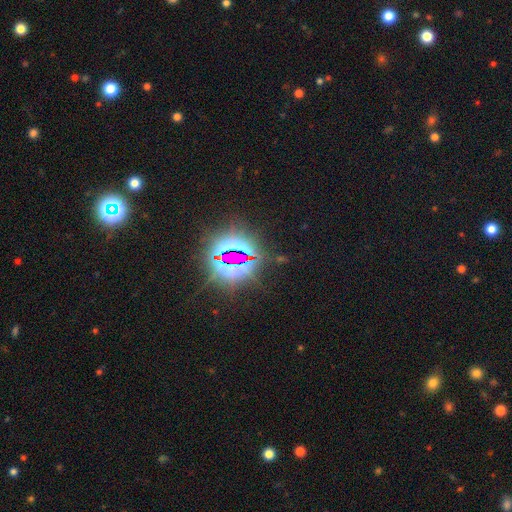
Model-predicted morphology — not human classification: star or artifact 84%, smooth 9%, featured or disk 8%.